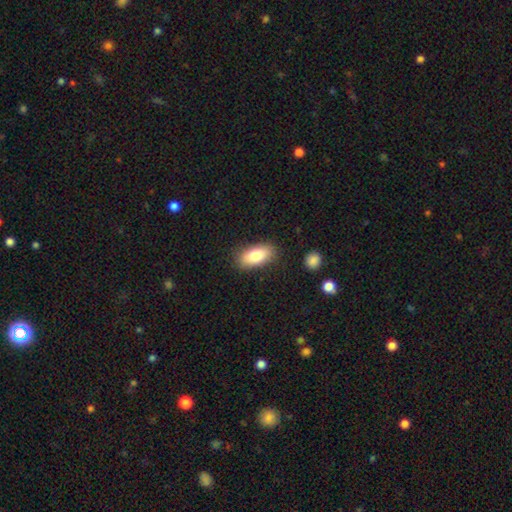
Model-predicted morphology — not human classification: smooth_or_featured: smooth (p=0.80) [alt: featured or disk p=0.13]
how_rounded: in between (p=0.88) [alt: cigar-shaped p=0.09]
merging: none (p=0.85) [alt: minor disturbance p=0.10]